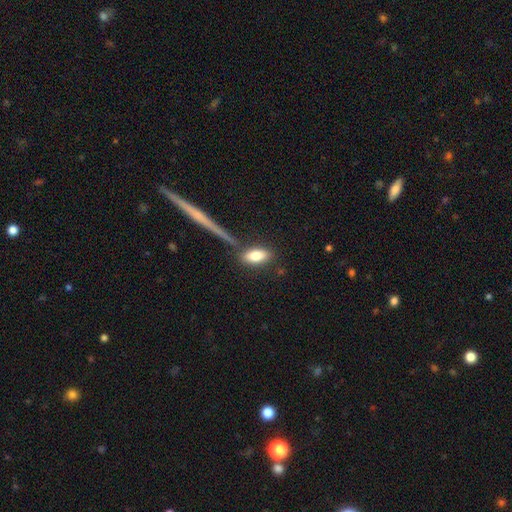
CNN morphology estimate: Smooth or featured? Predicted: smooth (p=0.79). How rounded? Predicted: in between (p=0.83). Merging? Predicted: none (p=0.75).